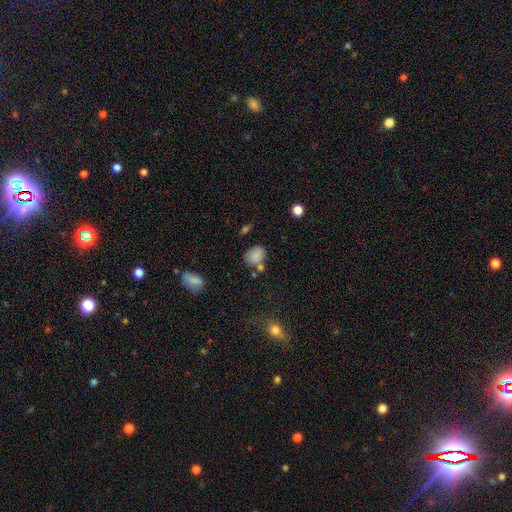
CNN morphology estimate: A smooth galaxy with no disk features (81%) that is round (50%). Merging: none (62%).